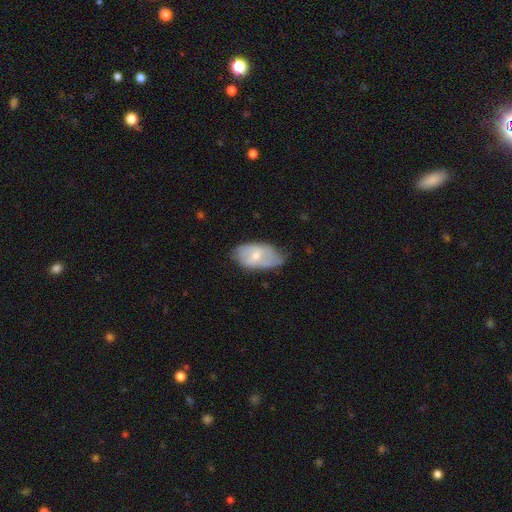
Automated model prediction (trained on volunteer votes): Morphology: type=featured or disk (47%, tied with smooth); merging=none (49%).